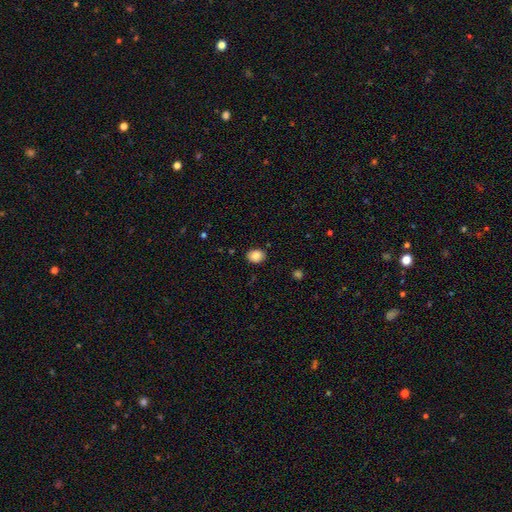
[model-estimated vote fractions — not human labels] Smooth or featured?
  - smooth: 86% *
  - star or artifact: 9%
  - featured or disk: 5%
How rounded?
  - in between: 55% *
  - round: 44%
  - cigar-shaped: 1%
Merging?
  - none: 85% *
  - minor disturbance: 12%
  - major disturbance: 2%
  - merger: 1%